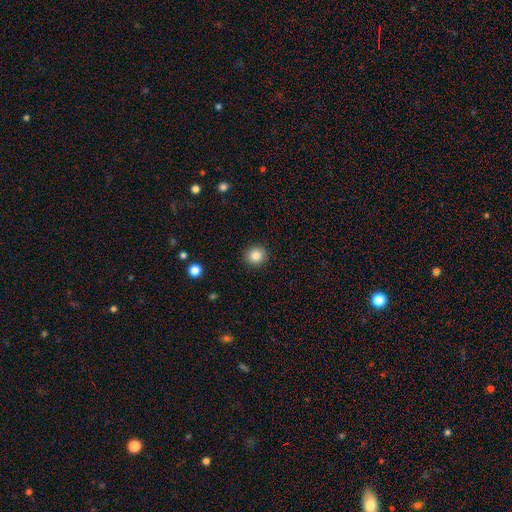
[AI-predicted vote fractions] Smooth or featured? smooth (84%)
How rounded? round (92%)
Merging? none (92%)